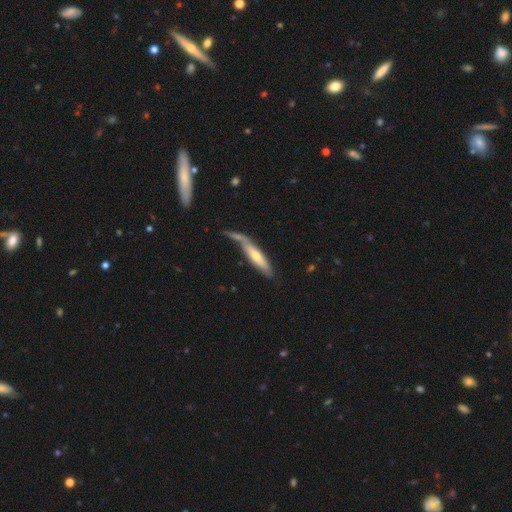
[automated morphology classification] Smooth or featured: featured or disk — 47% (smooth — 46%)
Merging: none — 43% (minor disturbance — 25%)